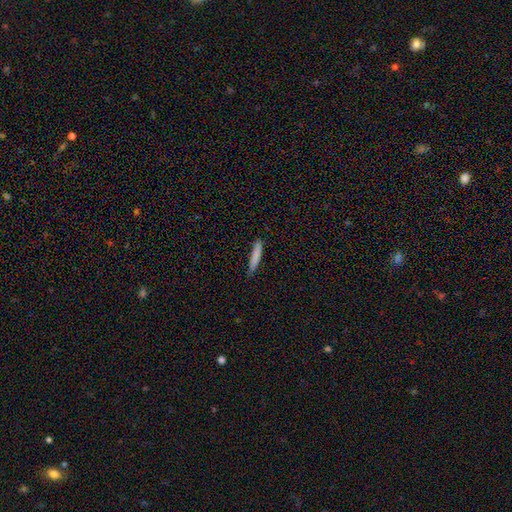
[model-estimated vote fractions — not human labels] Morphology: type=smooth (81%); roundness=cigar-shaped (92%); merging=none (82%).